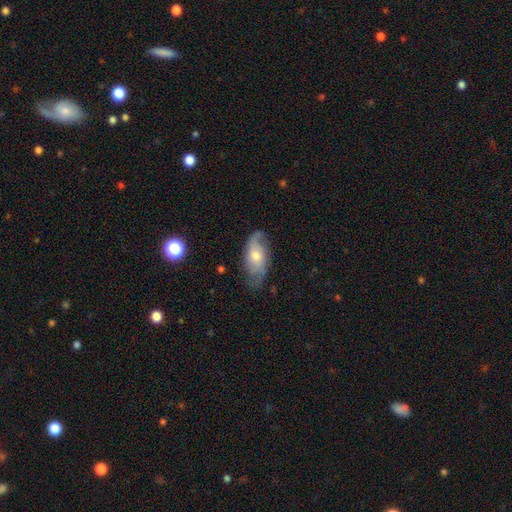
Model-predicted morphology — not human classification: Smooth or featured? featured or disk (63%)
Edge-on disk? no (90%)
Bar? no (71%)
Spiral arms? yes (87%)
Bulge size? moderate (55%)
Merging? none (68%)